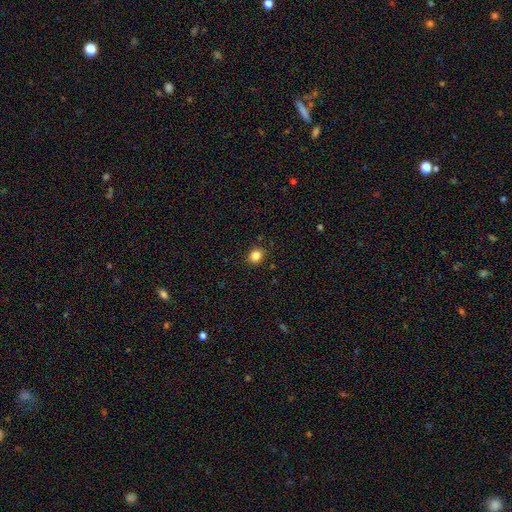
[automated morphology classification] Smooth or featured? Predicted: smooth (p=0.84). How rounded? Predicted: round (p=0.62). Merging? Predicted: none (p=0.89).